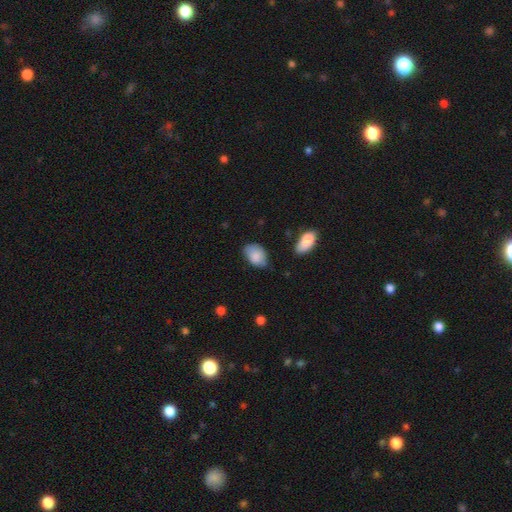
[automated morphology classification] smooth 86%, featured or disk 8%, star or artifact 6%. Down the decision tree: how rounded — in between (88%); merging — none (63%).